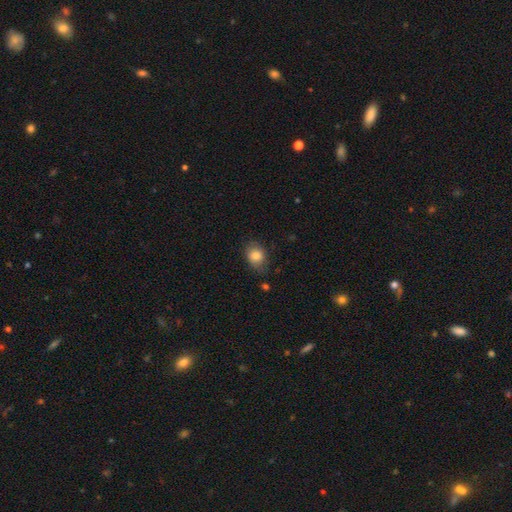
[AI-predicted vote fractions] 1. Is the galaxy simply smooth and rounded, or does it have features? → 82% smooth, 9% star or artifact, 9% featured or disk.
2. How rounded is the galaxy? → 53% in between, 45% round, 1% cigar-shaped.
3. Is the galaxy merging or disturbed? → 72% none, 21% minor disturbance, 5% major disturbance, 2% merger.